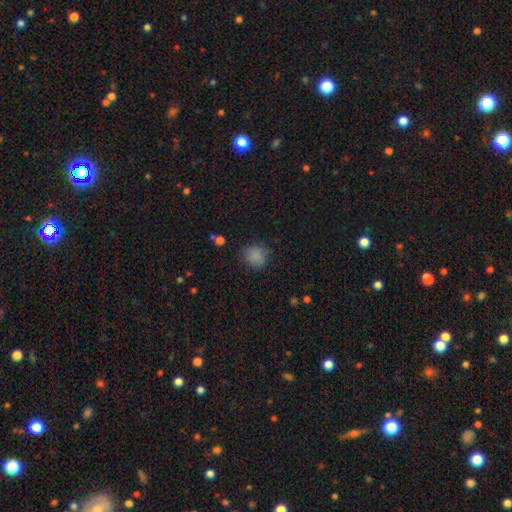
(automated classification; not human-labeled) This is clearly a smooth galaxy (81%). How rounded: likely round (79%). Merging: likely none (75%).